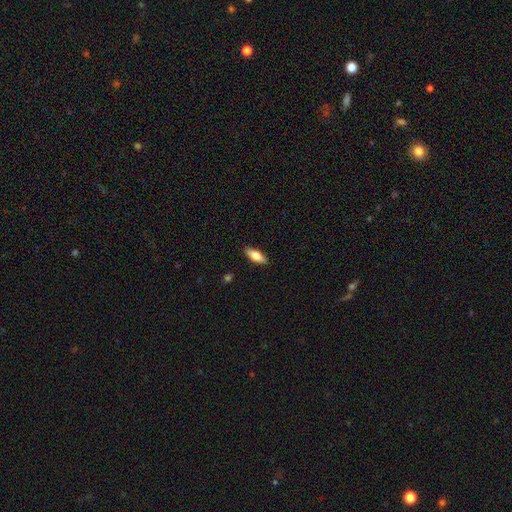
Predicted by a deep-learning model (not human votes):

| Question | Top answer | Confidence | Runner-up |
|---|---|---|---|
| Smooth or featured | smooth | 78% | featured or disk (16%) |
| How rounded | in between | 73% | cigar-shaped (24%) |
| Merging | none | 89% | minor disturbance (8%) |